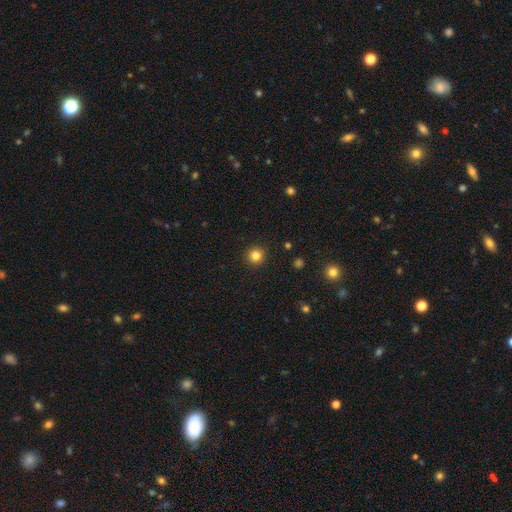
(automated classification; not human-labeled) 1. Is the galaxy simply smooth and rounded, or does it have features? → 83% smooth, 12% star or artifact, 5% featured or disk.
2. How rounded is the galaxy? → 95% round, 4% in between, 1% cigar-shaped.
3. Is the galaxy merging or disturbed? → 93% none, 5% minor disturbance, 2% major disturbance, 1% merger.